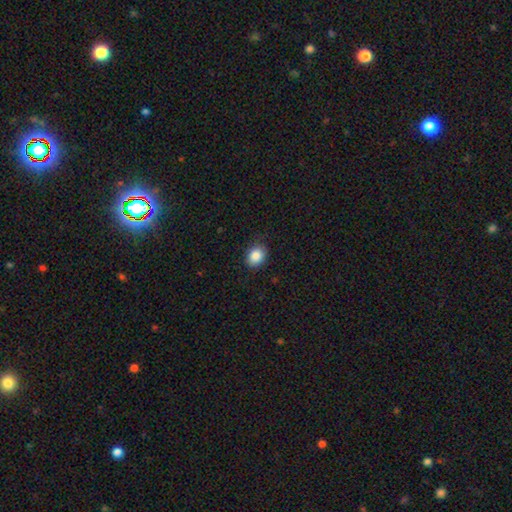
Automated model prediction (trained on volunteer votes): Overall: smooth (87%). How rounded: in between (57%; round 42%). Merging: none (85%).